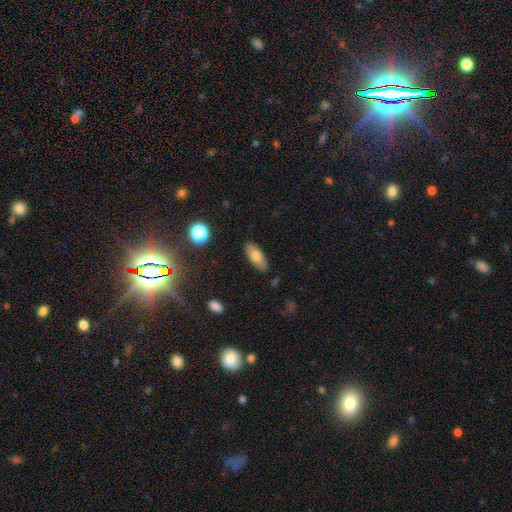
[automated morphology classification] The model was most divided on "how rounded": in between: 77%, cigar-shaped: 21%, round: 3%. More confident: merging — none (86%); smooth or featured — smooth (77%).